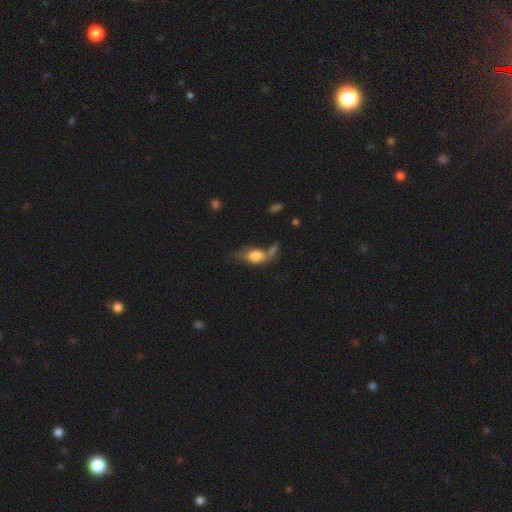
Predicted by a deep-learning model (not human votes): Smooth or featured: smooth — 73% (featured or disk — 19%)
How rounded: in between — 84% (round — 11%)
Merging: none — 33% (merger — 27%)